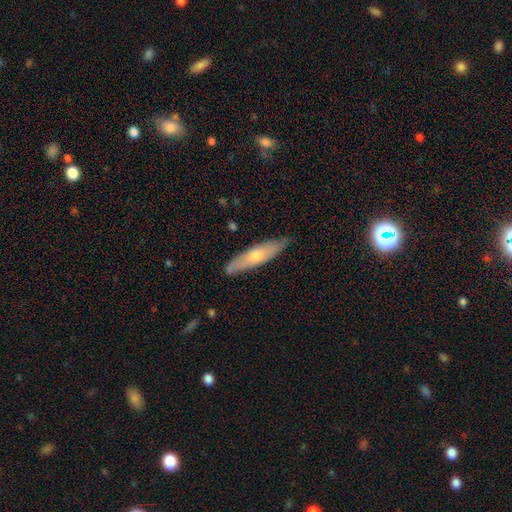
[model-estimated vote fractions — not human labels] Smooth or featured: smooth — 47% (featured or disk — 46%)
Merging: none — 85% (minor disturbance — 12%)